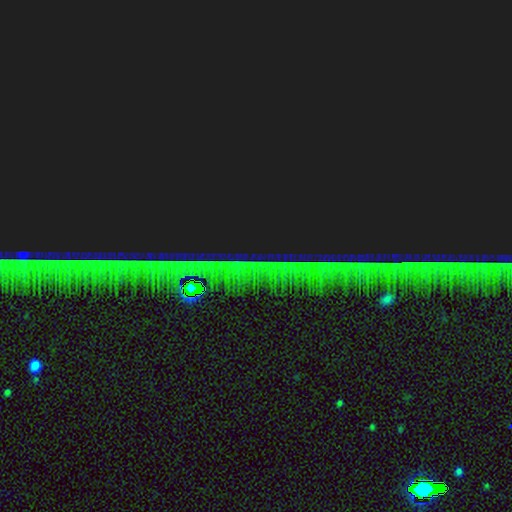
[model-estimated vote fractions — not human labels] Morphology: type=star or artifact (87%).